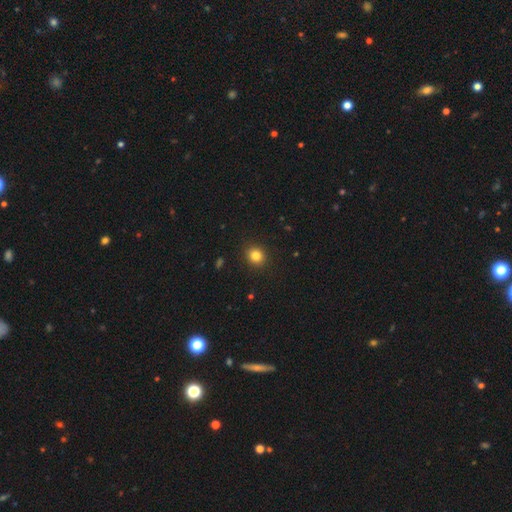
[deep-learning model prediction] smooth-or-featured: smooth: 83% | star or artifact: 12% | featured or disk: 5%
  how-rounded: round: 81% | in between: 19% | cigar-shaped: 1%
  merging: none: 91% | minor disturbance: 6% | major disturbance: 2% | merger: 1%